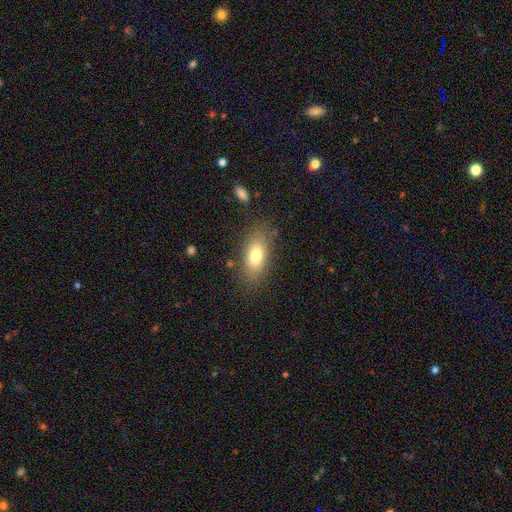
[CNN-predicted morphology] Smooth or featured?
  - smooth: 76% *
  - featured or disk: 15%
  - star or artifact: 9%
How rounded?
  - in between: 84% *
  - cigar-shaped: 10%
  - round: 6%
Merging?
  - none: 81% *
  - minor disturbance: 12%
  - major disturbance: 5%
  - merger: 2%